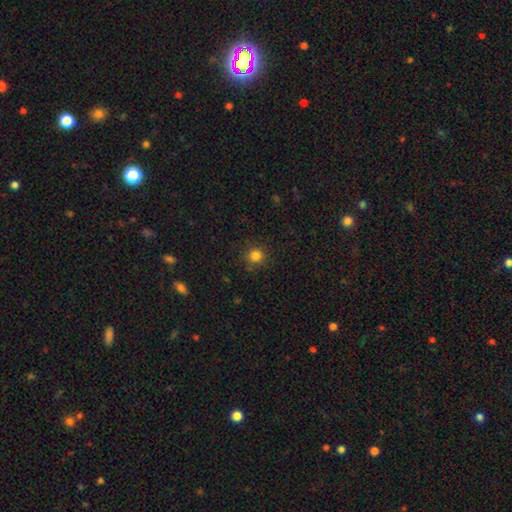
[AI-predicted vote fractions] This is clearly a smooth galaxy (82%). How rounded: clearly round (93%). Merging: clearly none (88%).